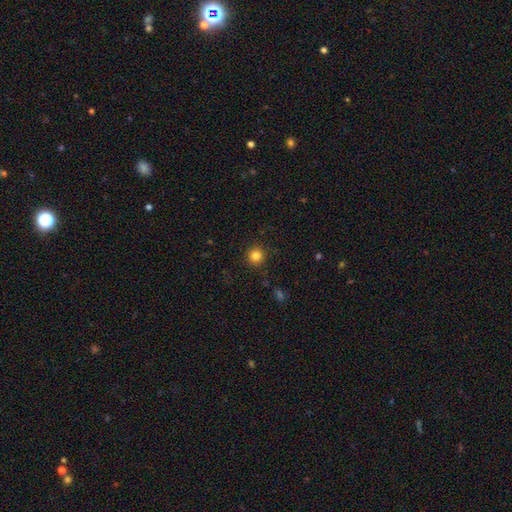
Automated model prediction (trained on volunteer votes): smooth_or_featured: smooth (p=0.82) [alt: star or artifact p=0.13]
how_rounded: round (p=0.95) [alt: in between p=0.05]
merging: none (p=0.92) [alt: minor disturbance p=0.05]